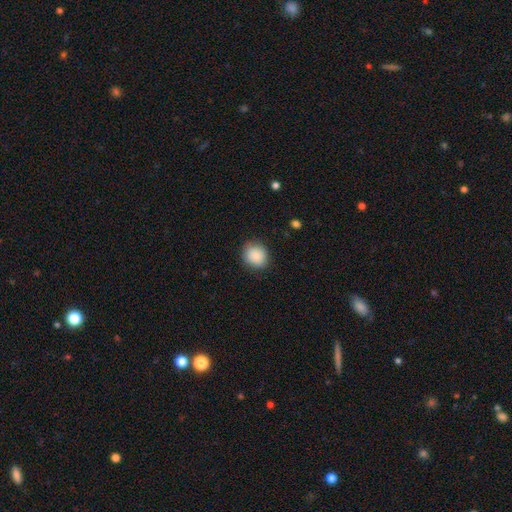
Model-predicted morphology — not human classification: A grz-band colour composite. It shows a smooth galaxy with no disk features (88%) that is round (78%). Merging: none (86%).